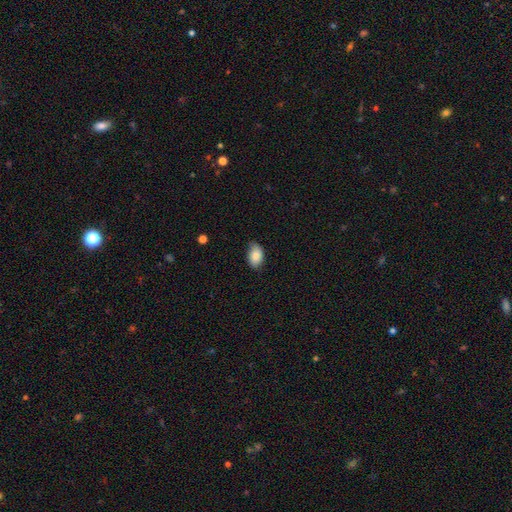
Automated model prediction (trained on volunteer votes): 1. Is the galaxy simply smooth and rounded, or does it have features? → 86% smooth, 7% star or artifact, 7% featured or disk.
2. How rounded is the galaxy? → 88% in between, 11% round, 1% cigar-shaped.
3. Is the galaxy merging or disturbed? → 69% none, 26% minor disturbance, 4% major disturbance, 1% merger.